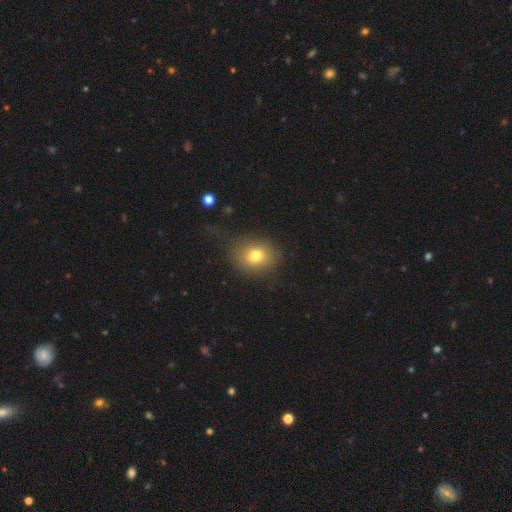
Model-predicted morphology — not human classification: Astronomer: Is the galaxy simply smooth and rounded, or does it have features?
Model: smooth — 75%.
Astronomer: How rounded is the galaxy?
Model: round — 55% (runner-up: in between, 44%).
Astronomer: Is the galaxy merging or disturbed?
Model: none — 63%.